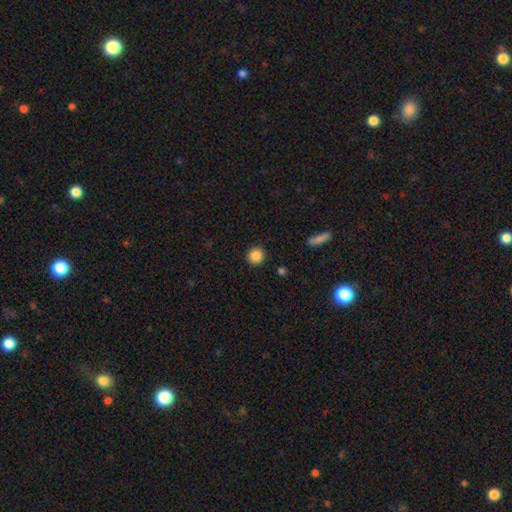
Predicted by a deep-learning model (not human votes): Smooth or featured?
  - smooth: 86% *
  - star or artifact: 9%
  - featured or disk: 4%
How rounded?
  - round: 94% *
  - in between: 5%
  - cigar-shaped: 1%
Merging?
  - none: 92% *
  - minor disturbance: 5%
  - major disturbance: 2%
  - merger: 1%